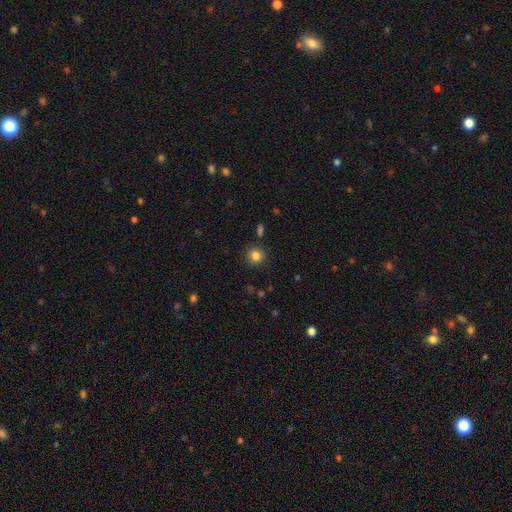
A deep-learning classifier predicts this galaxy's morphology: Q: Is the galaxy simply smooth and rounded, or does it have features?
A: smooth — 83%.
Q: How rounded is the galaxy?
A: round — 90%.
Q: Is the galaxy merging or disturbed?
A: none — 87%.